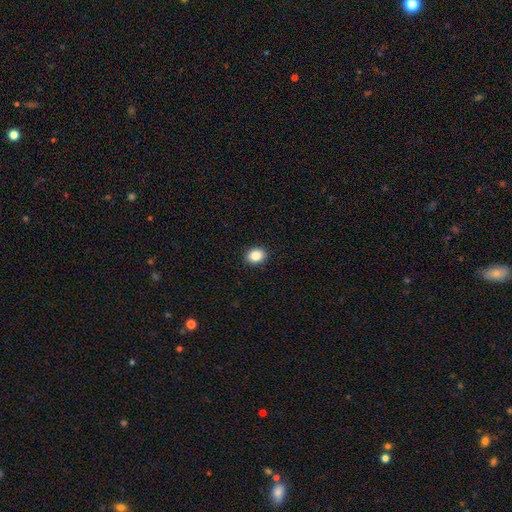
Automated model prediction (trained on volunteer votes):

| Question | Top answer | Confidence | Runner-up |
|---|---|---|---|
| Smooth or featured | smooth | 86% | star or artifact (9%) |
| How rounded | in between | 52% | round (47%) |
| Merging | none | 91% | minor disturbance (6%) |